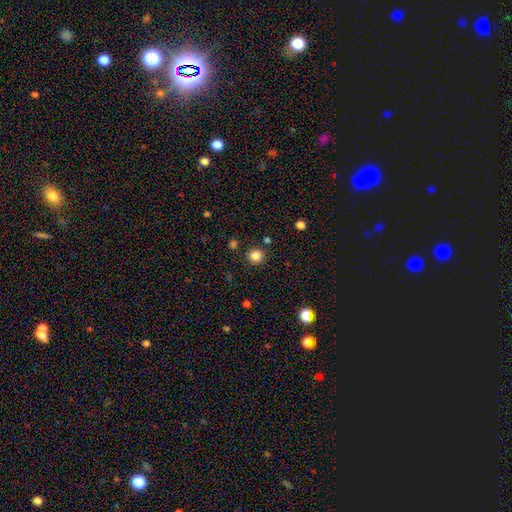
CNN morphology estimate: smooth_or_featured: smooth (p=0.84) [alt: star or artifact p=0.12]
how_rounded: round (p=0.93) [alt: in between p=0.06]
merging: none (p=0.88) [alt: minor disturbance p=0.06]